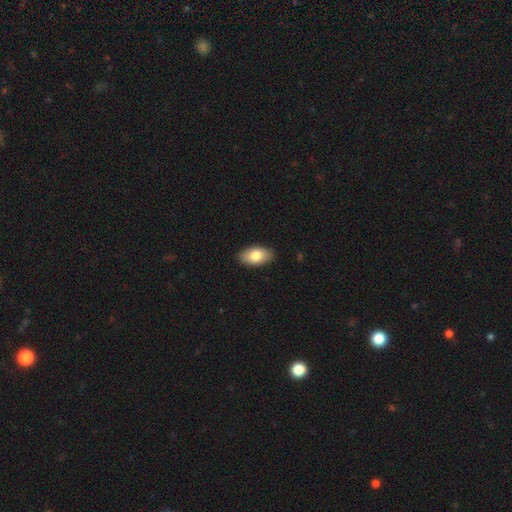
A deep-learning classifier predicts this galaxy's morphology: The model was most divided on "smooth or featured": smooth: 82%, featured or disk: 12%, star or artifact: 6%. More confident: how rounded — in between (94%); merging — none (89%).